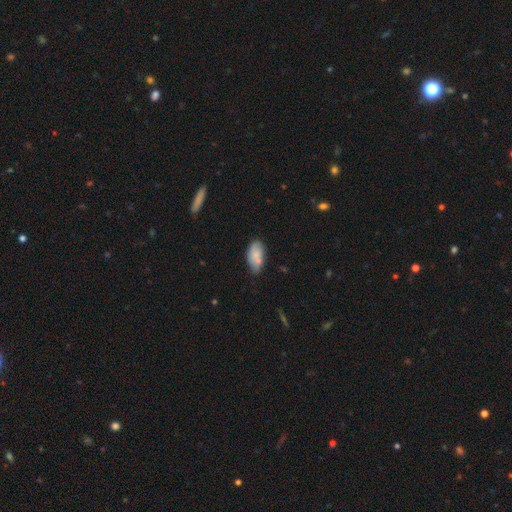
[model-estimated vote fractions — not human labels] Smooth or featured? smooth (72%)
How rounded? in between (93%)
Merging? none (55%)